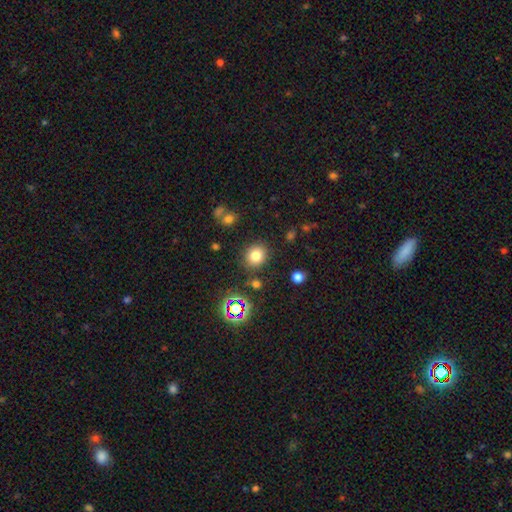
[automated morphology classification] A smooth galaxy with no disk features (76%) that is round (80%). Merging: none (84%).